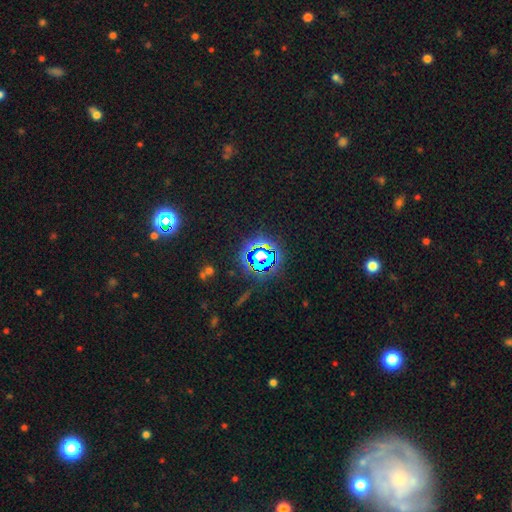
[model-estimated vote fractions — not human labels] smooth-or-featured: star or artifact: 76% | smooth: 14% | featured or disk: 9%